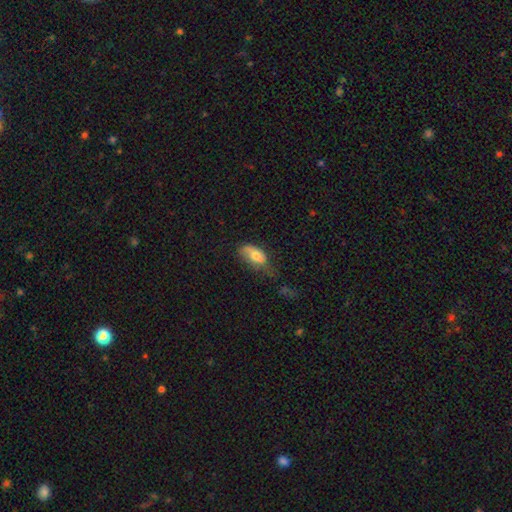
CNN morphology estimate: A smooth galaxy with no disk features (67%) that is in between round and cigar-shaped (89%). Merging: none (40%).